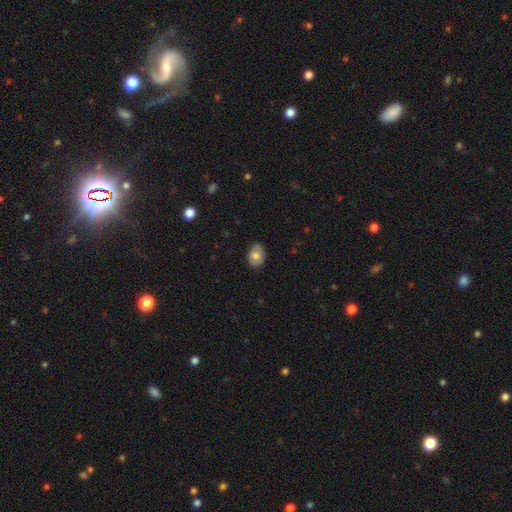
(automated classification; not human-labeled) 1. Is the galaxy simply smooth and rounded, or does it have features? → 77% smooth, 16% featured or disk, 8% star or artifact.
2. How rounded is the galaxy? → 76% in between, 23% round, 1% cigar-shaped.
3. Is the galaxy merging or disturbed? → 82% none, 14% minor disturbance, 2% major disturbance, 1% merger.